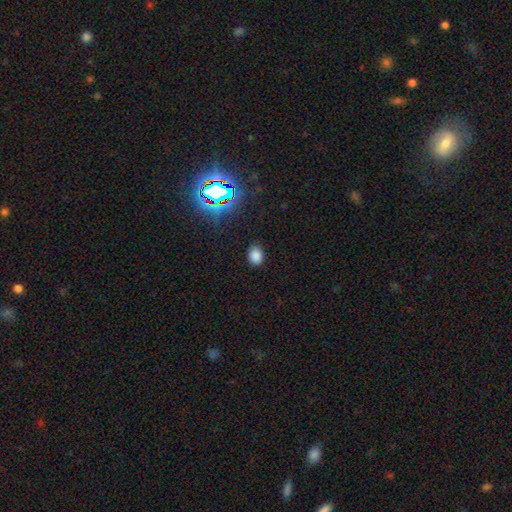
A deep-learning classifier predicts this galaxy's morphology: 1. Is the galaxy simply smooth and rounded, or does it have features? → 79% smooth, 16% star or artifact, 4% featured or disk.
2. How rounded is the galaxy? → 65% in between, 34% round, 1% cigar-shaped.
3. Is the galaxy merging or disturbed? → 85% none, 11% minor disturbance, 3% major disturbance, 1% merger.